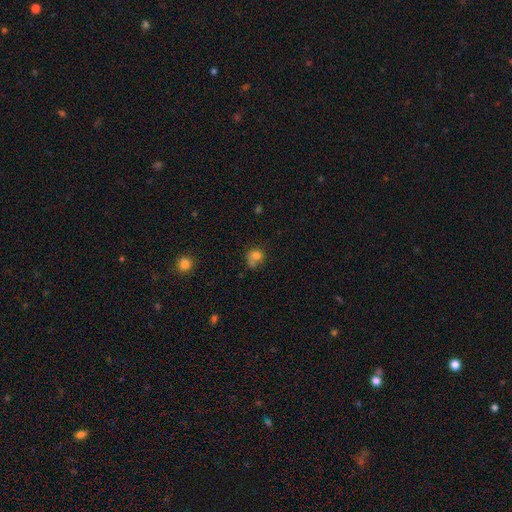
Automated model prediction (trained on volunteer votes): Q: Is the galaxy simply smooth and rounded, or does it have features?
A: smooth — 74%.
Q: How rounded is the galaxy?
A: round — 66%.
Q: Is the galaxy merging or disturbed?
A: none — 39%.